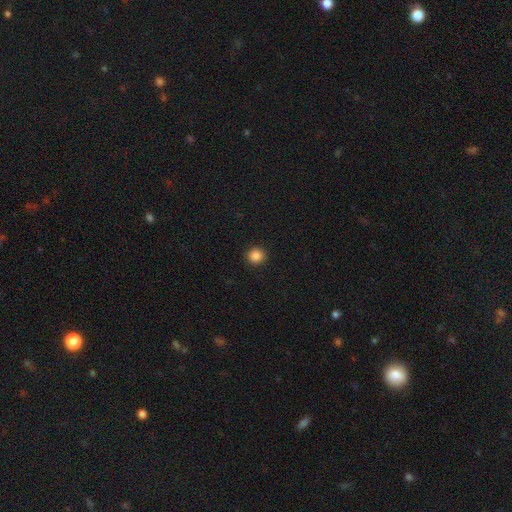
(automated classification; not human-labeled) This is clearly a smooth galaxy (86%). How rounded: clearly round (93%). Merging: clearly none (93%).